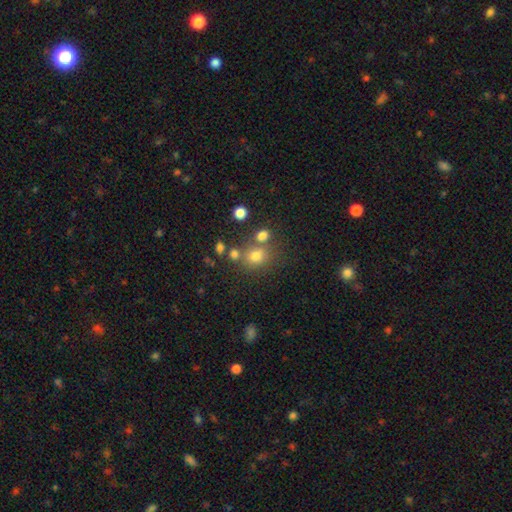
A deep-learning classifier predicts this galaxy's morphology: smooth_or_featured: smooth (p=0.71) [alt: star or artifact p=0.18]
how_rounded: round (p=0.73) [alt: in between p=0.26]
merging: none (p=0.62) [alt: merger p=0.21]